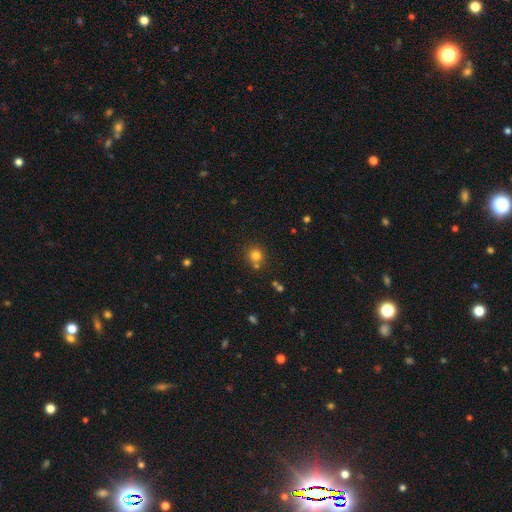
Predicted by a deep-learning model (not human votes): A smooth galaxy with no disk features (79%) that is round (88%).

Vote fractions:
- Smooth or featured? smooth: 79% / star or artifact: 15% / featured or disk: 7%
- How rounded? round: 88% / in between: 11% / cigar-shaped: 1%
- Merging? none: 70% / merger: 16% / minor disturbance: 10% / major disturbance: 3%